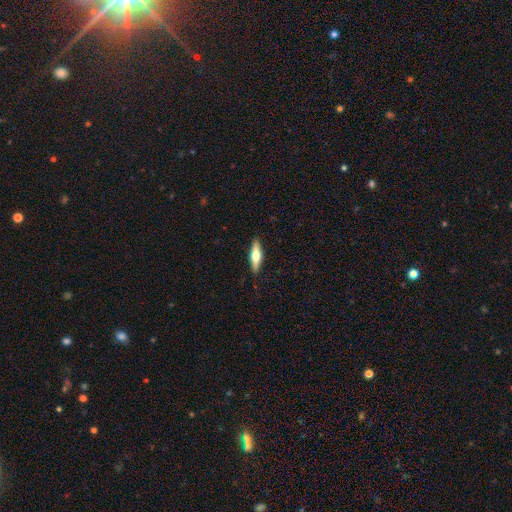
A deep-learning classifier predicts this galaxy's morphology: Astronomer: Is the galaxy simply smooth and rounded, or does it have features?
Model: featured or disk — 50% (runner-up: smooth, 45%).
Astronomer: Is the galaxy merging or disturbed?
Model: none — 90%.